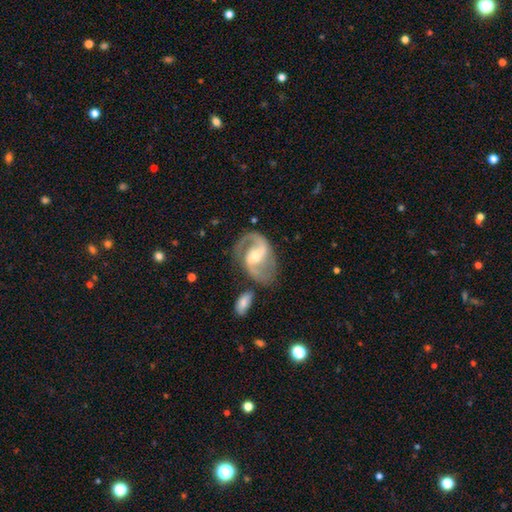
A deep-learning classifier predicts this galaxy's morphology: type=featured or disk (89%); edge-on=no (97%); bar=weak (45%); spiral arms=yes (96%); winding=medium (56%); arm count=2 (89%); bulge=moderate (60%); merging=none (69%).